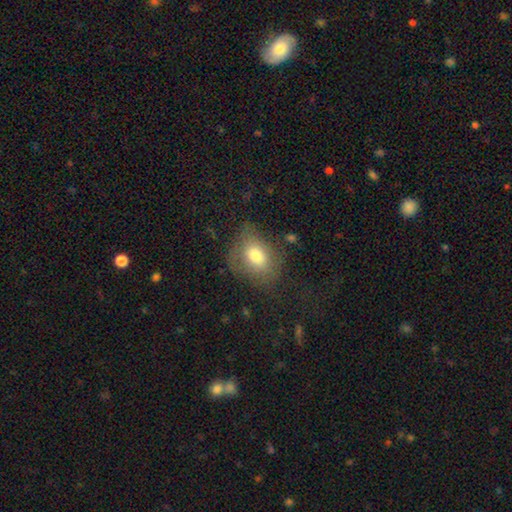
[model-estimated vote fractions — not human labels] This is likely a smooth galaxy (73%). How rounded: likely in between (68%). Merging: possibly none (57%).